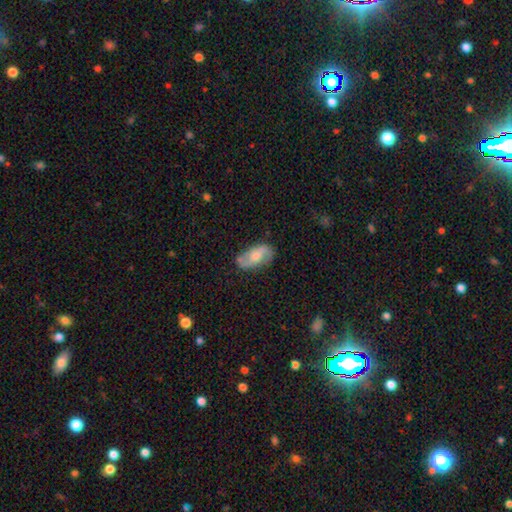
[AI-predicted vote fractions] Smooth or featured?
  - featured or disk: 60% *
  - smooth: 34%
  - star or artifact: 7%
Edge-on disk?
  - no: 94% *
  - yes: 6%
Bar?
  - no: 53% *
  - weak: 37%
  - strong: 10%
Spiral arms?
  - yes: 87% *
  - no: 13%
Bulge size?
  - moderate: 48% *
  - small: 32%
  - none: 9%
  - large: 9%
  - dominant: 2%
Merging?
  - none: 71% *
  - minor disturbance: 20%
  - major disturbance: 6%
  - merger: 2%